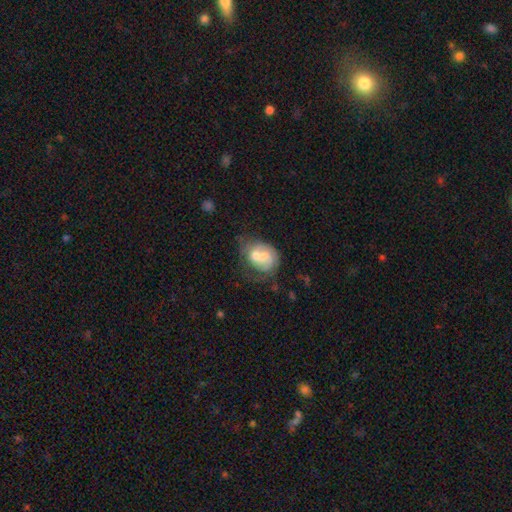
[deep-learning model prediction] Smooth or featured? Predicted: featured or disk (p=0.51). Edge-on disk? Predicted: no (p=0.97). Merging? Predicted: merger (p=0.41).